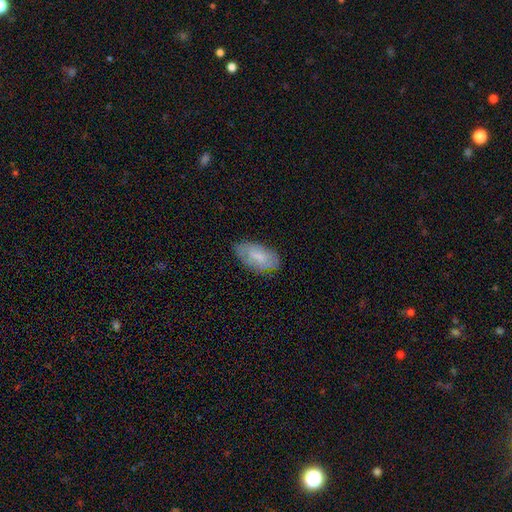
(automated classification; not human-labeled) This is possibly a smooth galaxy (58%). How rounded: clearly in between (92%). Merging: likely none (74%).